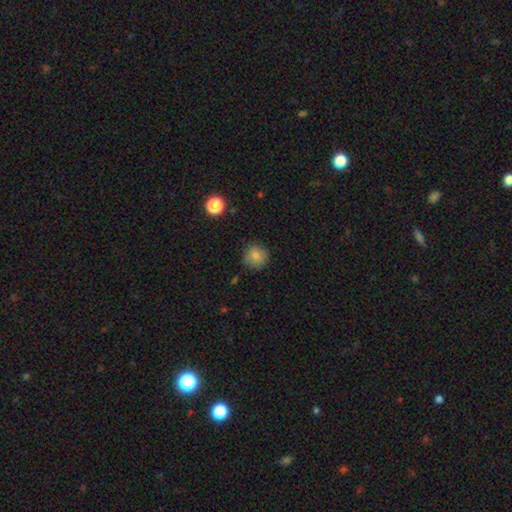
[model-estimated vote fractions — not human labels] This is clearly a smooth galaxy (82%). How rounded: clearly round (91%). Merging: clearly none (80%).